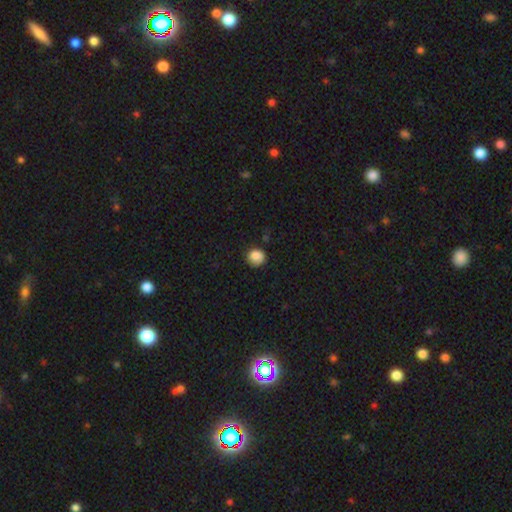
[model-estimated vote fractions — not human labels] Q: Smooth or featured?
A: smooth (85%); runner-up: star or artifact (9%)
Q: How rounded?
A: round (85%); runner-up: in between (14%)
Q: Merging?
A: none (75%); runner-up: minor disturbance (19%)